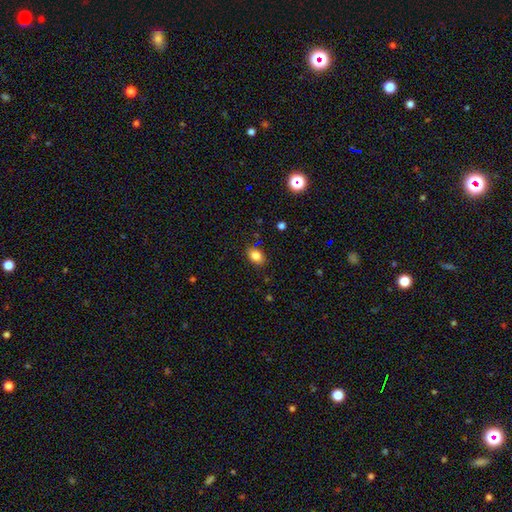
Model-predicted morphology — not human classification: smooth 83%, star or artifact 10%, featured or disk 7%. Down the decision tree: how rounded — in between (73%); merging — none (84%).